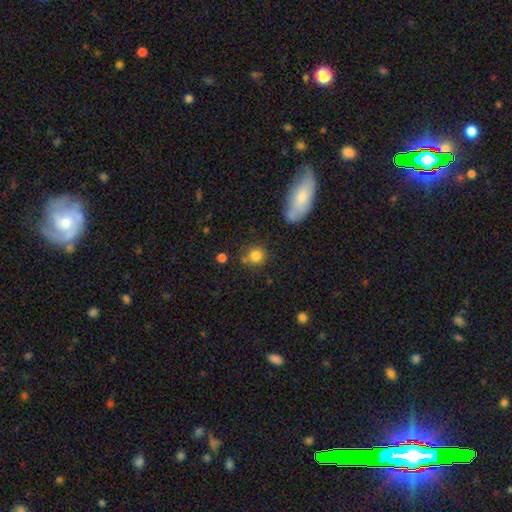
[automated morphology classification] Overall: smooth (83%). How rounded: round (86%). Merging: none (73%).